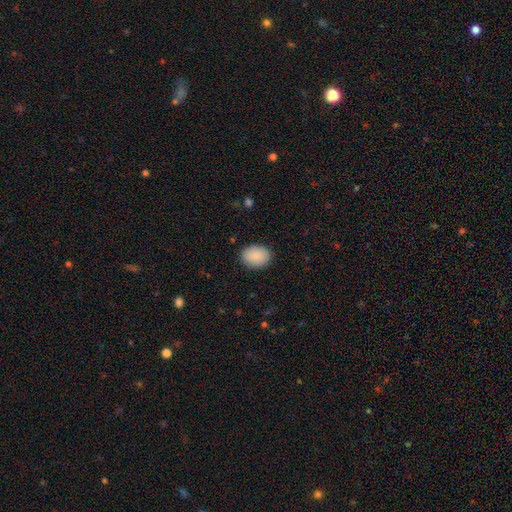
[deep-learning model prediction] Smooth or featured: smooth — 90% (star or artifact — 7%)
How rounded: in between — 67% (round — 32%)
Merging: none — 87% (minor disturbance — 9%)